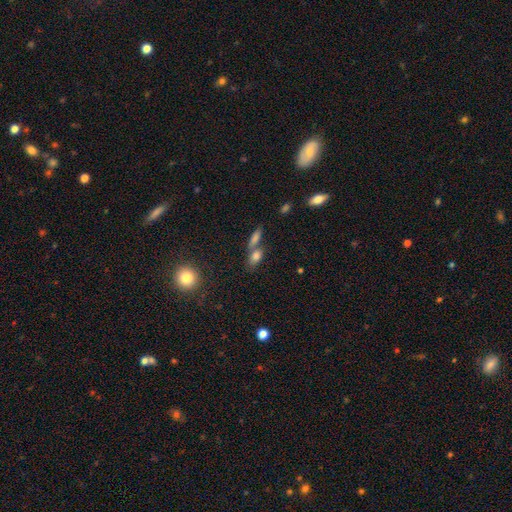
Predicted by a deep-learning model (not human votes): smooth 76%, featured or disk 13%, star or artifact 11%. Down the decision tree: how rounded — in between (76%); merging — merger (43%, tied with none).